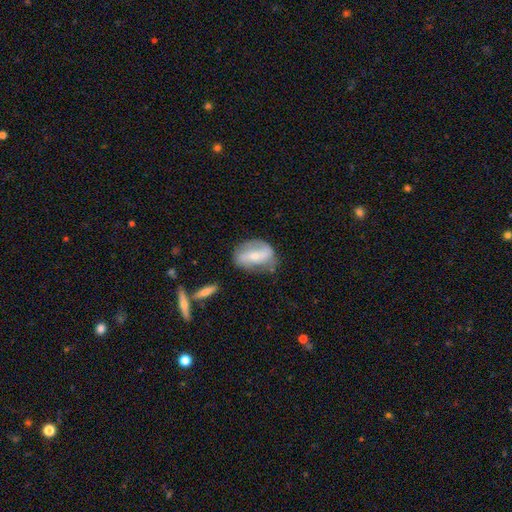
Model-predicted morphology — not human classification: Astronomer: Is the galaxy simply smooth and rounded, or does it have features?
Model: featured or disk — 58% (runner-up: smooth, 35%).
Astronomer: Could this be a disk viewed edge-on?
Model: no — 92%.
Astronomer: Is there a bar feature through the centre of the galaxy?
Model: strong — 38% (runner-up: no, 32%).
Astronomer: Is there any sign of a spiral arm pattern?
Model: yes — 74%.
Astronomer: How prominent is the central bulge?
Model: small — 52% (runner-up: moderate, 41%).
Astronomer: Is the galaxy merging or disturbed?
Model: none — 64%.